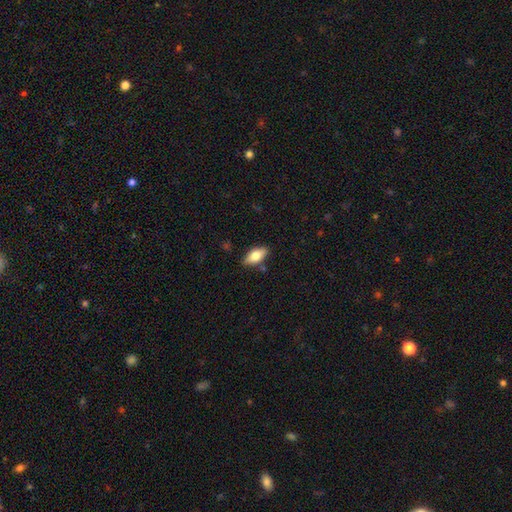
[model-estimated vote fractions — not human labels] Smooth or featured? Predicted: smooth (p=0.74). How rounded? Predicted: in between (p=0.87). Merging? Predicted: none (p=0.81).